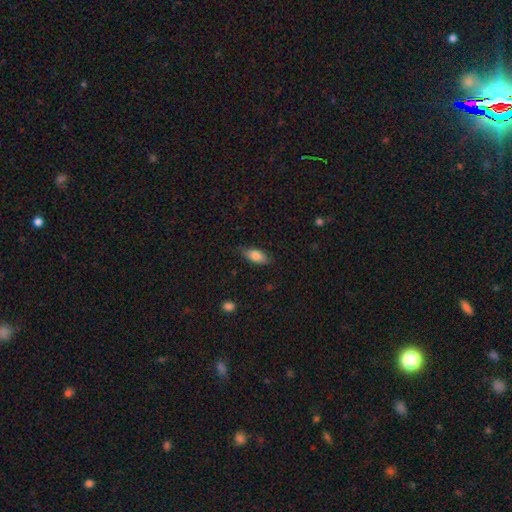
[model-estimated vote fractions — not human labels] Morphology: type=smooth (80%); roundness=in between (84%); merging=none (79%).